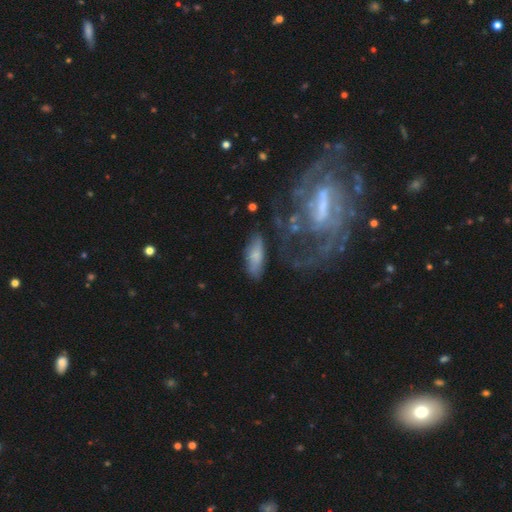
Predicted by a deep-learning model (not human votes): A smooth galaxy with no disk features (59%) that is in between round and cigar-shaped (64%). Merging: none (68%).